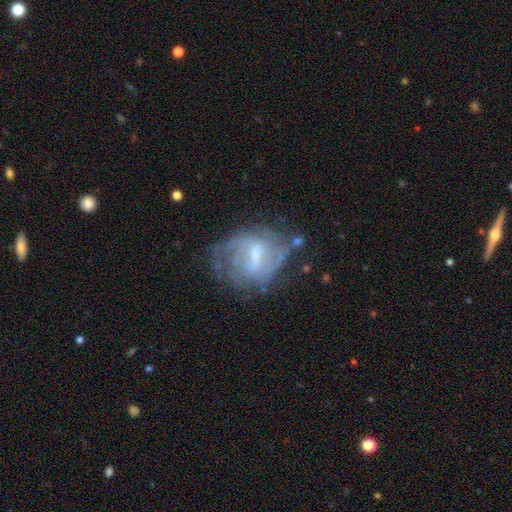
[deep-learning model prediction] A featured or disk galaxy (77%) with a weak bar (57%), medium (42%) spiral arms (79%) and a small central bulge (49%). Merging: none (52%).